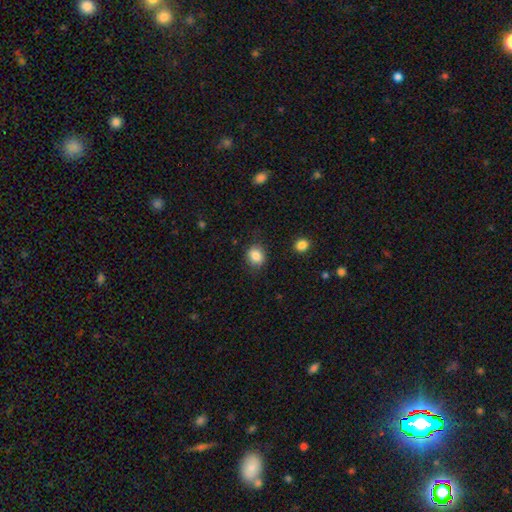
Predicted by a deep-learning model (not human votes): Smooth or featured?
  - smooth: 86% *
  - star or artifact: 9%
  - featured or disk: 5%
How rounded?
  - round: 70% *
  - in between: 29%
  - cigar-shaped: 1%
Merging?
  - none: 81% *
  - minor disturbance: 14%
  - major disturbance: 4%
  - merger: 2%